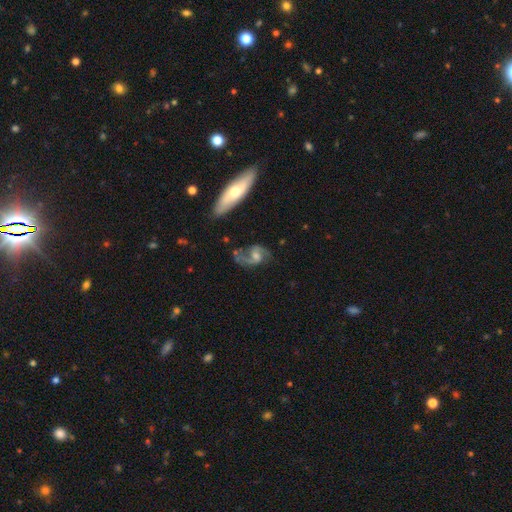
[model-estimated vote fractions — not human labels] The model was most divided on "spiral winding" (2-way tie): medium: 45%, loose: 45%, tight: 10%. Remaining: edge-on disk — no (96%); spiral arms — yes (95%); spiral arm count — 2 (90%); smooth or featured — featured or disk (85%); merging — none (64%); bar — weak (47%); bulge size — moderate (45%).